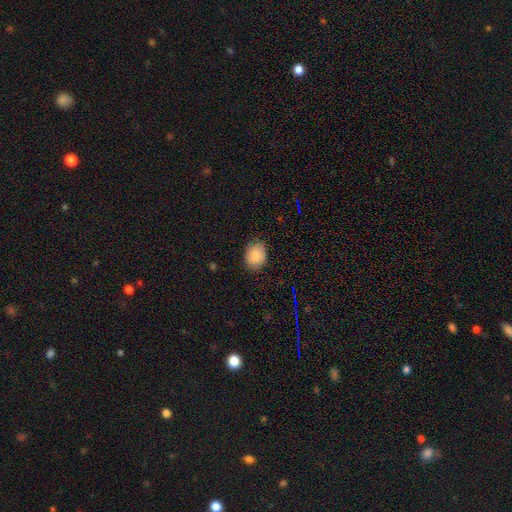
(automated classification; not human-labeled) Smooth or featured? Predicted: smooth (p=0.81). How rounded? Predicted: in between (p=0.54). Merging? Predicted: none (p=0.81).